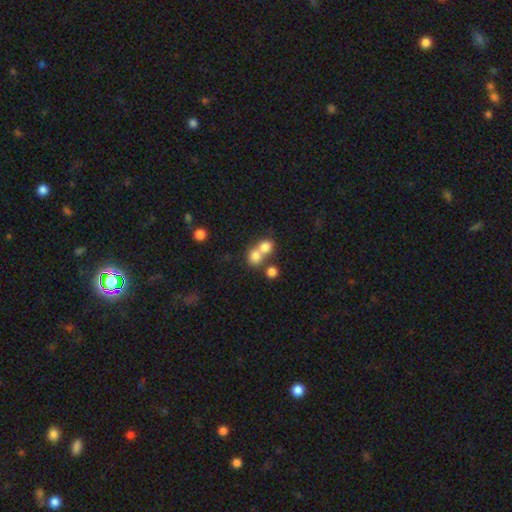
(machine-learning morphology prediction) Q: Smooth or featured?
A: smooth (76%); runner-up: star or artifact (13%)
Q: How rounded?
A: round (79%); runner-up: in between (20%)
Q: Merging?
A: merger (55%); runner-up: none (36%)